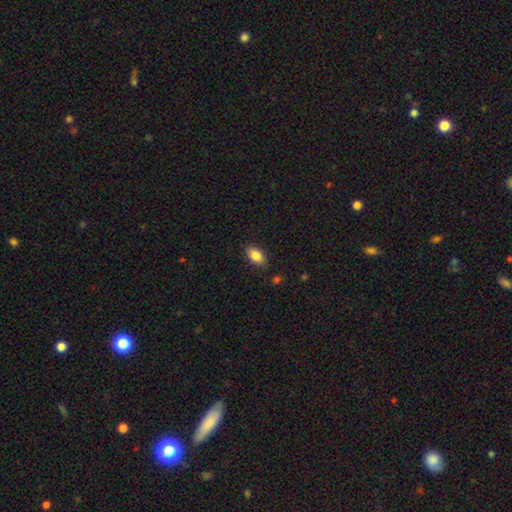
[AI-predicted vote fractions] Q: Smooth or featured?
A: smooth (85%); runner-up: star or artifact (8%)
Q: How rounded?
A: in between (90%); runner-up: round (6%)
Q: Merging?
A: none (85%); runner-up: minor disturbance (11%)